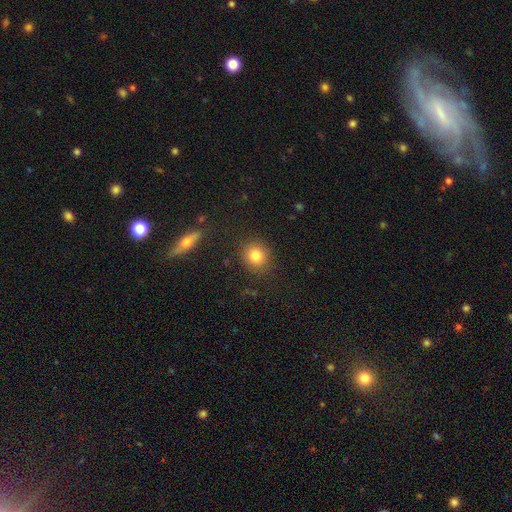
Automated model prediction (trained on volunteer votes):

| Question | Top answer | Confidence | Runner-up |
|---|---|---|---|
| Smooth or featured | smooth | 83% | star or artifact (10%) |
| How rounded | round | 84% | in between (15%) |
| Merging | none | 87% | minor disturbance (8%) |